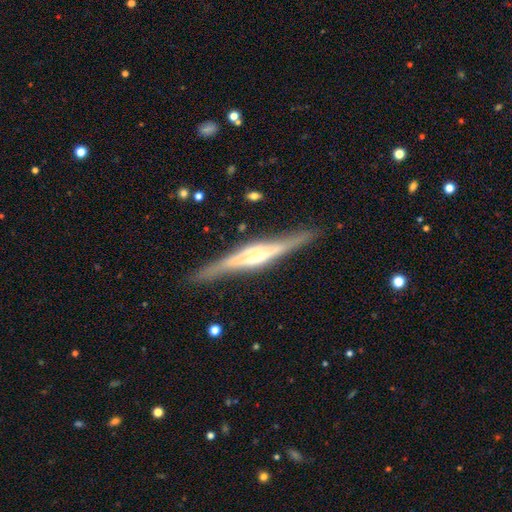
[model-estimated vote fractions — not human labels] A featured or disk galaxy (81%) viewed edge-on (97%) with a rounded central bulge (60%).

Vote fractions:
- Smooth or featured? featured or disk: 81% / smooth: 13% / star or artifact: 5%
- Edge-on disk? yes: 97% / no: 3%
- Edge-on bulge? rounded: 60% / boxy: 31% / none: 9%
- Merging? none: 86% / minor disturbance: 10% / major disturbance: 3% / merger: 1%